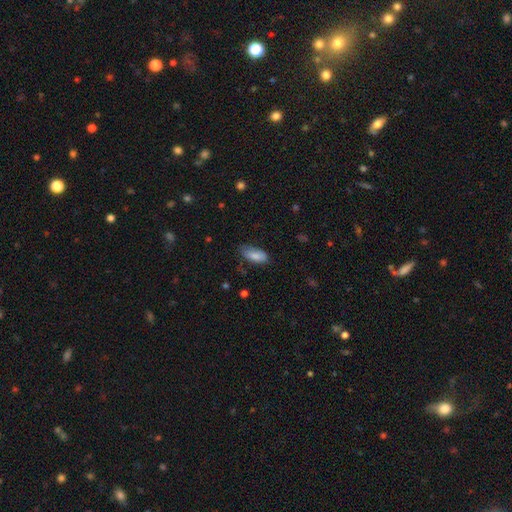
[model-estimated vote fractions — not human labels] smooth_or_featured: smooth (p=0.82) [alt: featured or disk p=0.11]
how_rounded: in between (p=0.85) [alt: cigar-shaped p=0.12]
merging: none (p=0.59) [alt: minor disturbance p=0.31]